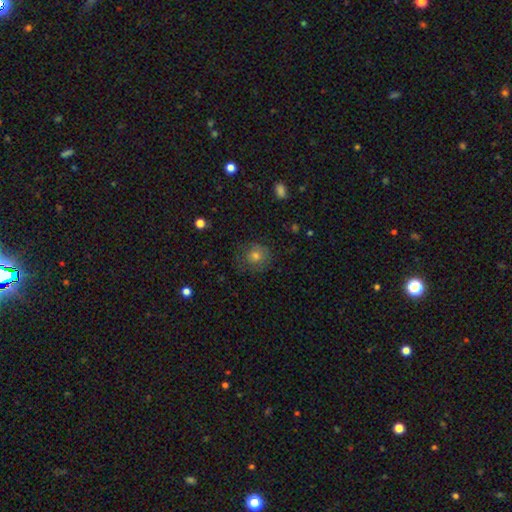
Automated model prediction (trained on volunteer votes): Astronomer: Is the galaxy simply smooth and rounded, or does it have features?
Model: smooth — 68%.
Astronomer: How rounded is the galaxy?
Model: round — 89%.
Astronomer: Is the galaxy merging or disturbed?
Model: none — 76%.